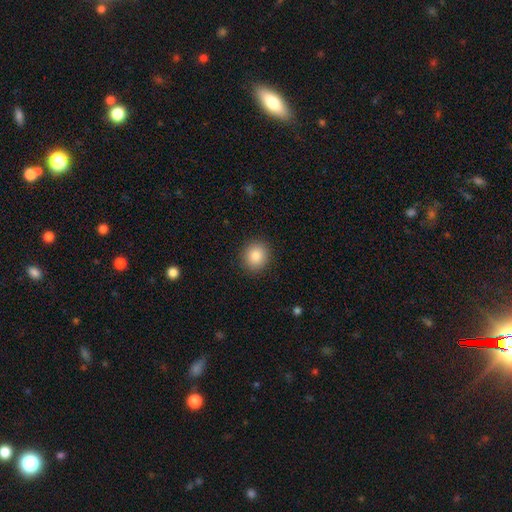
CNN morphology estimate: A smooth galaxy with no disk features (86%) that is round (84%). Merging: none (91%).